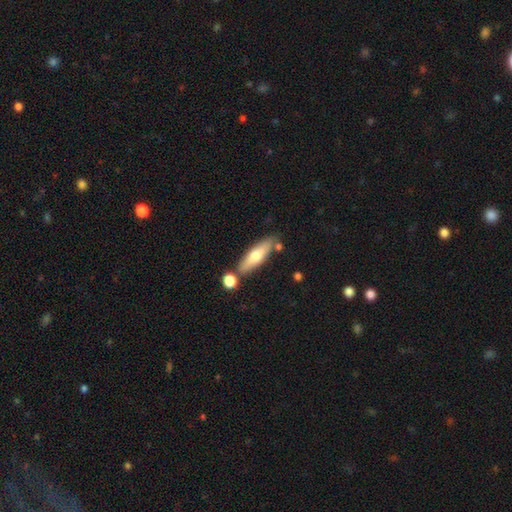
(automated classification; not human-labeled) A smooth galaxy with no disk features (60%) that is cigar-shaped (61%). Merging: none (76%).